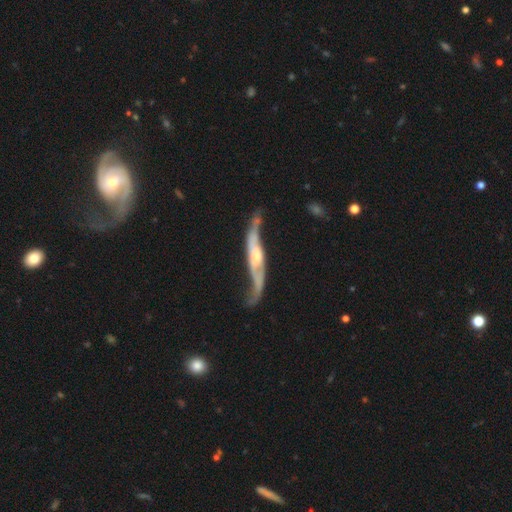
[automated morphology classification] Smooth or featured: featured or disk — 83% (smooth — 12%)
Edge-on disk: no — 51% (yes — 49%)
Merging: none — 52% (minor disturbance — 26%)